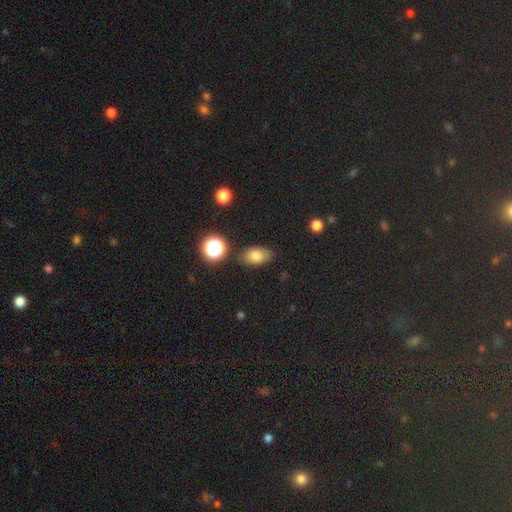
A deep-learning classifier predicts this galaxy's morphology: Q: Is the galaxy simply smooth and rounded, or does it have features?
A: smooth — 79%.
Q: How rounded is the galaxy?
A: in between — 86%.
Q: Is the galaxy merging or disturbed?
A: none — 80%.